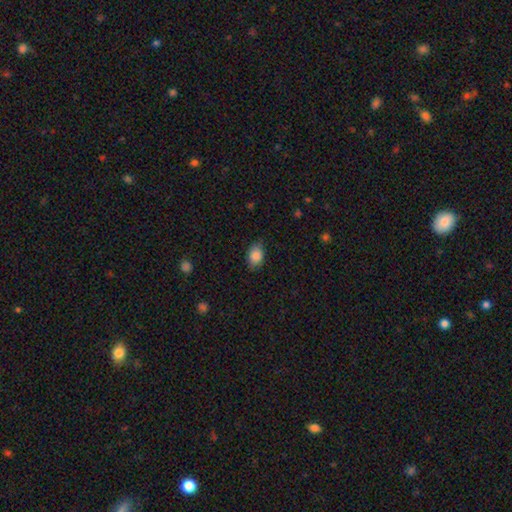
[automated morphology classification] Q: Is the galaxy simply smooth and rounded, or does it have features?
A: smooth — 87%.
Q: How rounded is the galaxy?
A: in between — 84%.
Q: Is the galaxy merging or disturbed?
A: none — 80%.